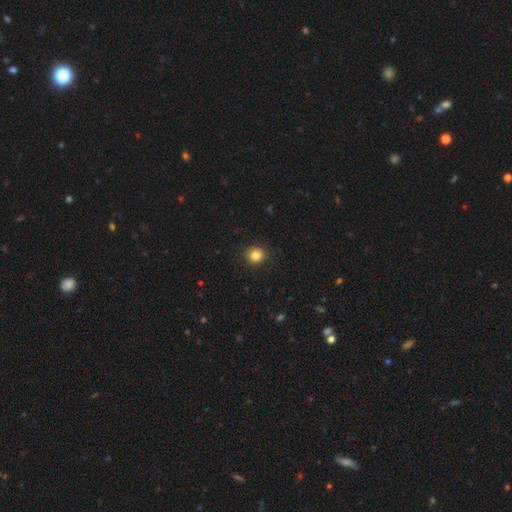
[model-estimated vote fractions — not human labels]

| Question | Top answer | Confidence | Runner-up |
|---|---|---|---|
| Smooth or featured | smooth | 84% | star or artifact (11%) |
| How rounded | round | 91% | in between (9%) |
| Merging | none | 92% | minor disturbance (5%) |